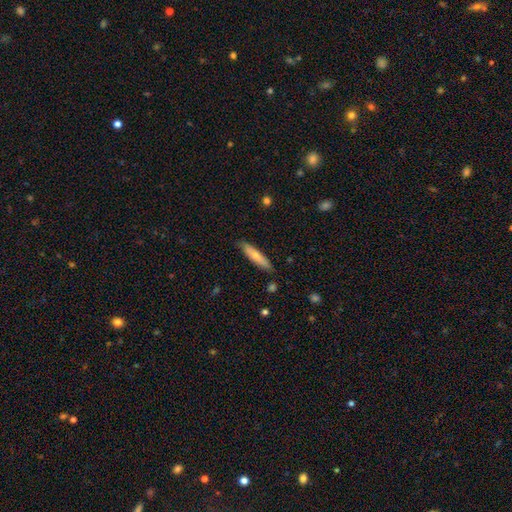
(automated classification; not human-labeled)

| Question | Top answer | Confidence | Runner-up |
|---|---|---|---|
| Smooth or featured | smooth | 69% | featured or disk (26%) |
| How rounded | cigar-shaped | 82% | in between (17%) |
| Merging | none | 83% | minor disturbance (13%) |